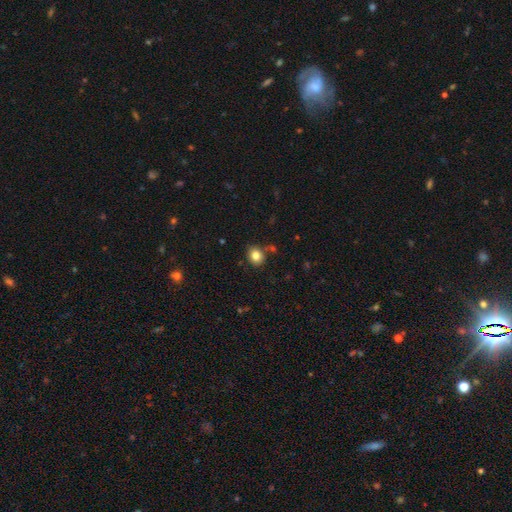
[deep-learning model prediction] The model was most divided on "how rounded": round: 61%, in between: 38%, cigar-shaped: 1%. More confident: smooth or featured — smooth (83%); merging — none (80%).